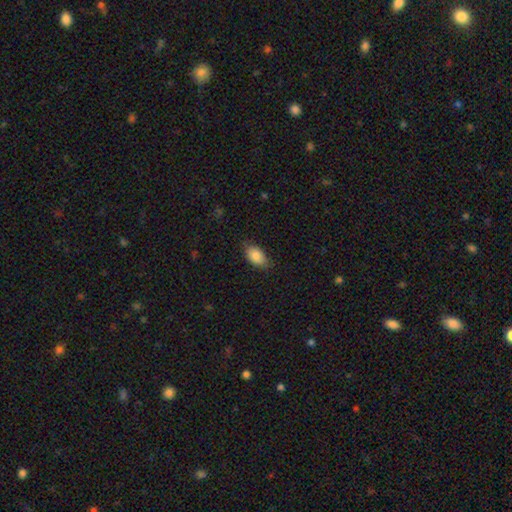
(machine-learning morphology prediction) Overall: smooth (86%). How rounded: in between (91%). Merging: none (76%).